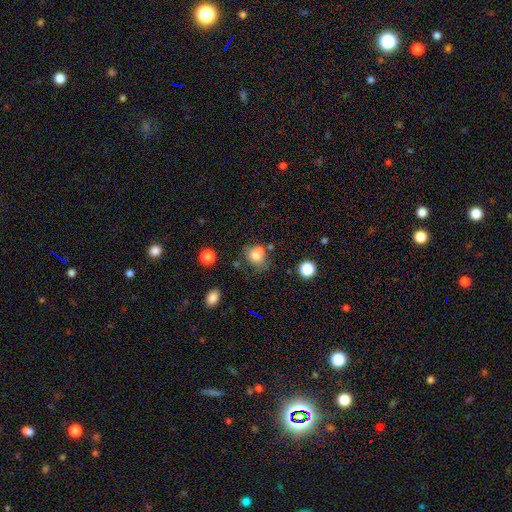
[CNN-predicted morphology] Smooth or featured? Predicted: smooth (p=0.72). How rounded? Predicted: round (p=0.50). Merging? Predicted: none (p=0.38).